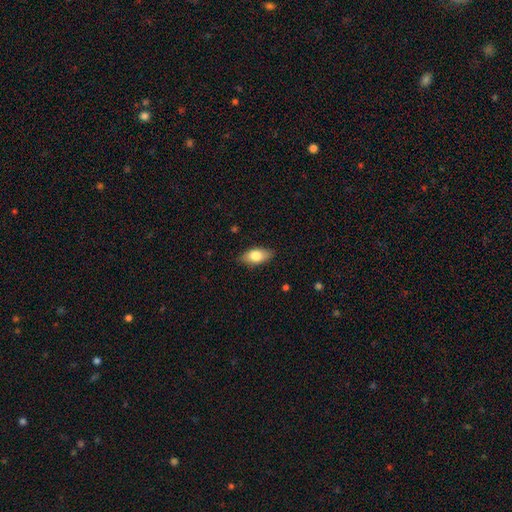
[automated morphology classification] Smooth or featured?
  - smooth: 78% *
  - featured or disk: 16%
  - star or artifact: 7%
How rounded?
  - in between: 89% *
  - cigar-shaped: 7%
  - round: 4%
Merging?
  - none: 85% *
  - minor disturbance: 11%
  - major disturbance: 2%
  - merger: 1%